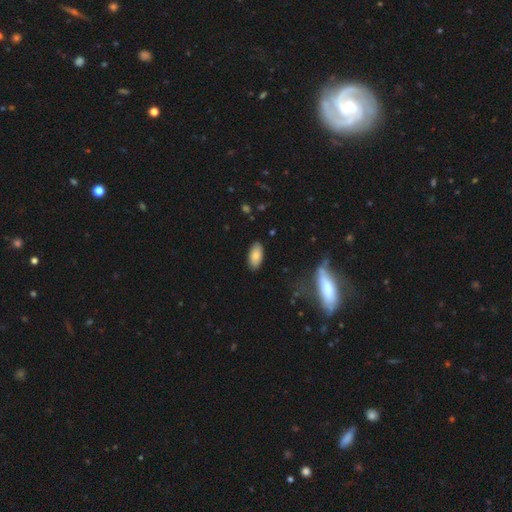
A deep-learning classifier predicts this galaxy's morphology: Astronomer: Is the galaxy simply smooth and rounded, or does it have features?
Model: smooth — 83%.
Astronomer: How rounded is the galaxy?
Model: in between — 94%.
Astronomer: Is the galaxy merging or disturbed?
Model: none — 86%.